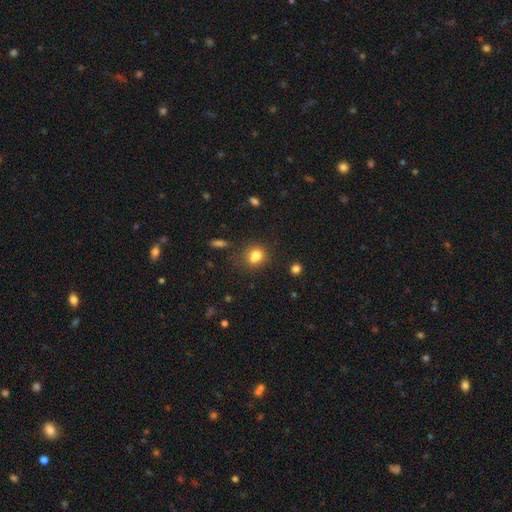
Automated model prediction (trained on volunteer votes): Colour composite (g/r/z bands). It shows a smooth galaxy with no disk features (74%) that is round (70%). Merging: none (45%).